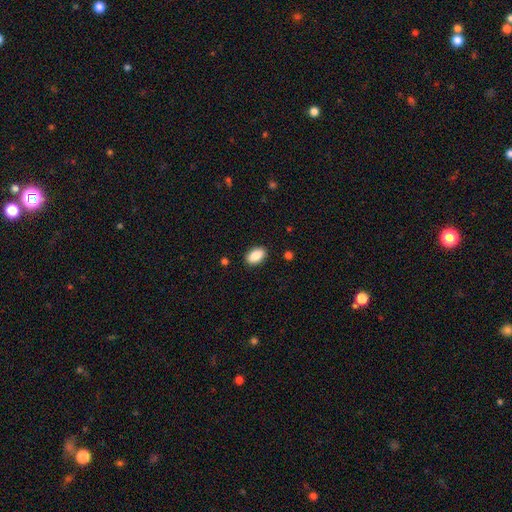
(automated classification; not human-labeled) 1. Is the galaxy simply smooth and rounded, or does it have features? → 88% smooth, 7% star or artifact, 5% featured or disk.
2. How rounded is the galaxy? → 92% in between, 6% round, 2% cigar-shaped.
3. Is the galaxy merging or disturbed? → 89% none, 8% minor disturbance, 2% major disturbance, 1% merger.